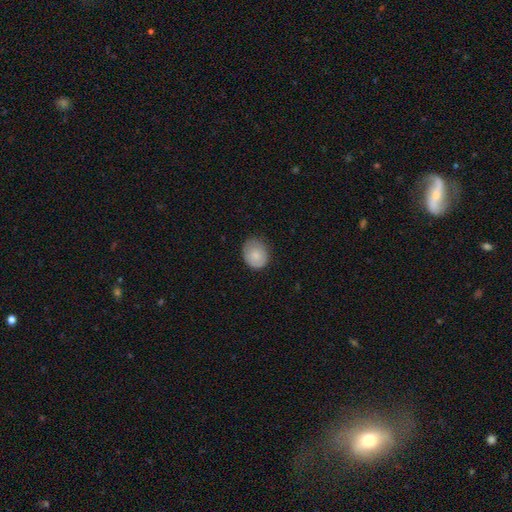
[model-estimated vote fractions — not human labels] smooth-or-featured: smooth: 79% | featured or disk: 14% | star or artifact: 7%
  how-rounded: round: 60% | in between: 40% | cigar-shaped: 1%
  merging: none: 71% | minor disturbance: 23% | major disturbance: 5% | merger: 1%